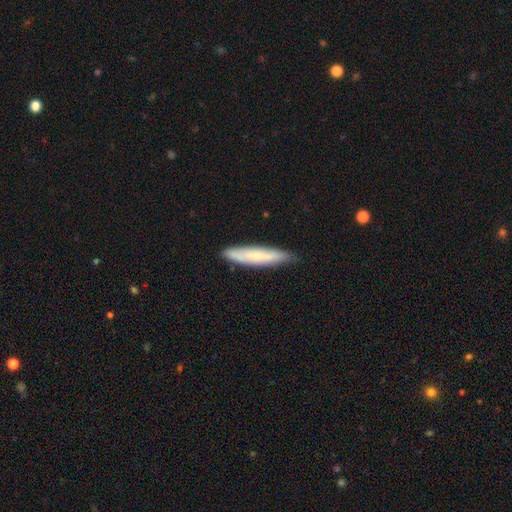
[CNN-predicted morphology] Q: Smooth or featured?
A: smooth (68%); runner-up: featured or disk (26%)
Q: How rounded?
A: cigar-shaped (88%); runner-up: in between (10%)
Q: Merging?
A: none (84%); runner-up: minor disturbance (13%)